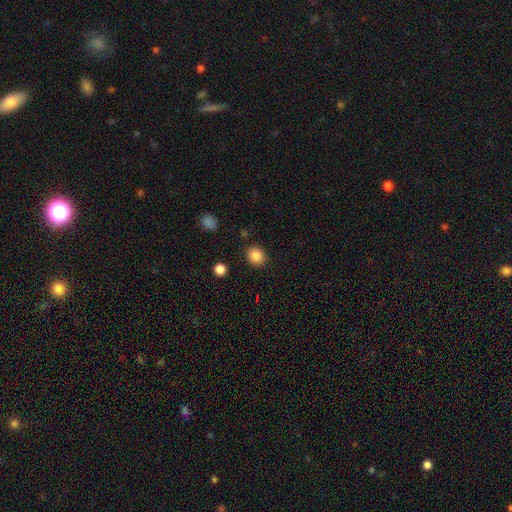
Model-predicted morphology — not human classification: Smooth or featured?
  - smooth: 86% *
  - star or artifact: 10%
  - featured or disk: 4%
How rounded?
  - round: 74% *
  - in between: 25%
  - cigar-shaped: 1%
Merging?
  - none: 88% *
  - minor disturbance: 8%
  - major disturbance: 2%
  - merger: 2%